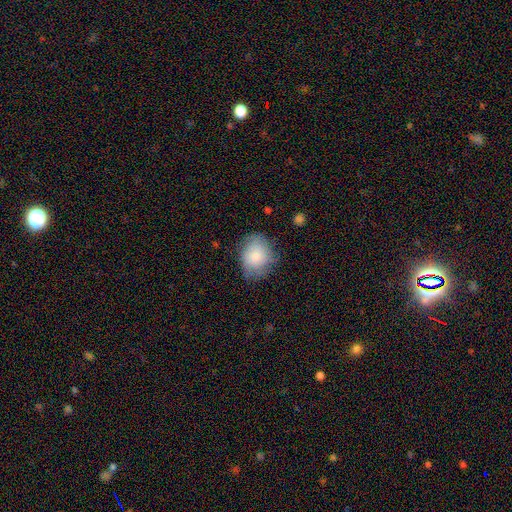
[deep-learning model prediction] smooth_or_featured: smooth (p=0.75) [alt: featured or disk p=0.18]
how_rounded: round (p=0.56) [alt: in between p=0.43]
merging: none (p=0.65) [alt: minor disturbance p=0.26]